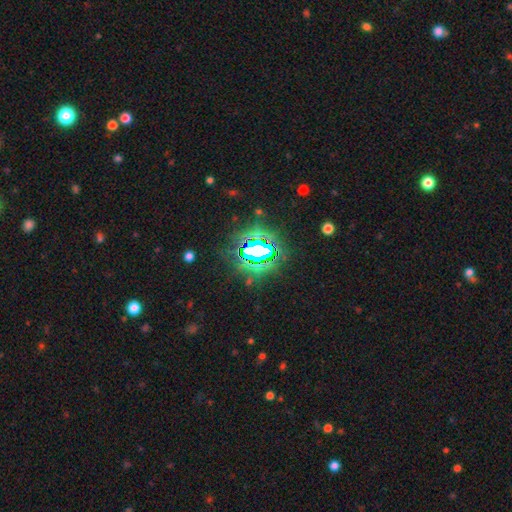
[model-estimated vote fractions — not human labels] This appears to be a star or artifact, not a galaxy (78%).